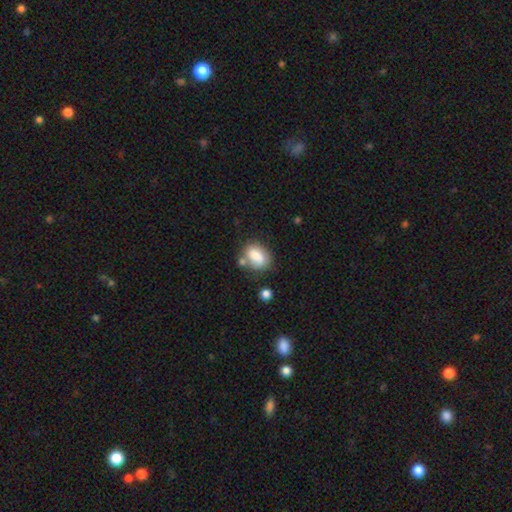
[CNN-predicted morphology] A smooth galaxy with no disk features (80%) that is in between round and cigar-shaped (77%).

Vote fractions:
- Smooth or featured? smooth: 80% / featured or disk: 13% / star or artifact: 8%
- How rounded? in between: 77% / round: 21% / cigar-shaped: 2%
- Merging? none: 58% / minor disturbance: 19% / merger: 17% / major disturbance: 6%